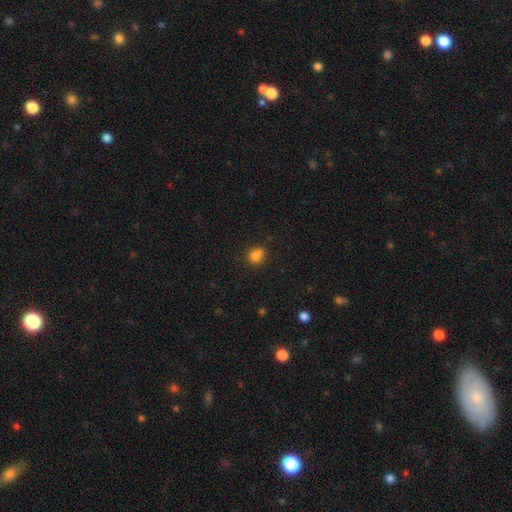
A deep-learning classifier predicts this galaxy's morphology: Smooth or featured? smooth (79%)
How rounded? round (74%)
Merging? none (52%)